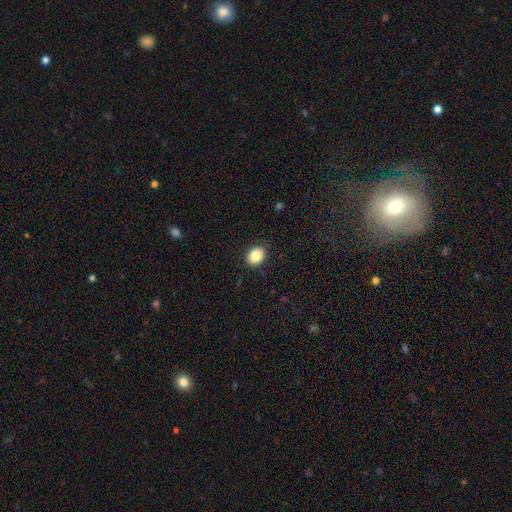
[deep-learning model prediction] Smooth or featured: smooth — 85% (star or artifact — 9%)
How rounded: in between — 54% (round — 46%)
Merging: none — 88% (minor disturbance — 8%)